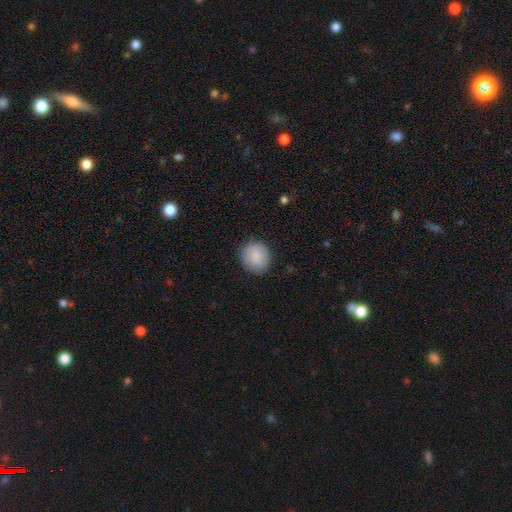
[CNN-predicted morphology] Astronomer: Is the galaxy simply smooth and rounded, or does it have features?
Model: smooth — 86%.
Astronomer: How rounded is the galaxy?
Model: round — 87%.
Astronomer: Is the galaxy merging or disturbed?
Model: none — 88%.